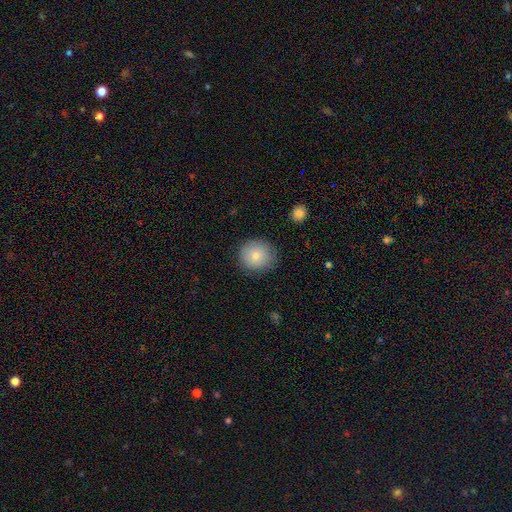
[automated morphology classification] This is likely a smooth galaxy (79%). How rounded: clearly round (89%). Merging: clearly none (81%).